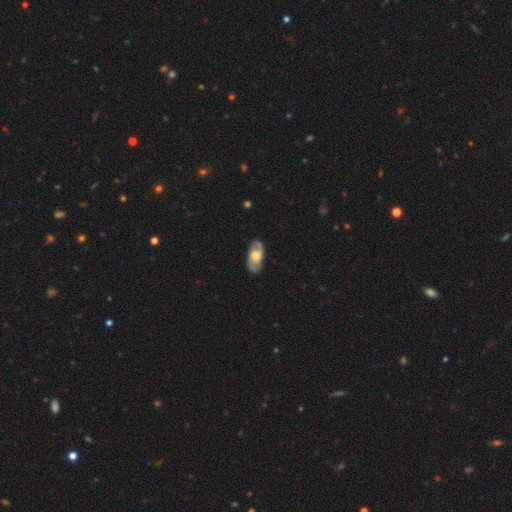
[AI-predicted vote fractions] A featured or disk galaxy (68%) with no bar (62%), 2 (85%) medium (47%) spiral arms (86%) and a moderate central bulge (51%). Merging: none (82%).